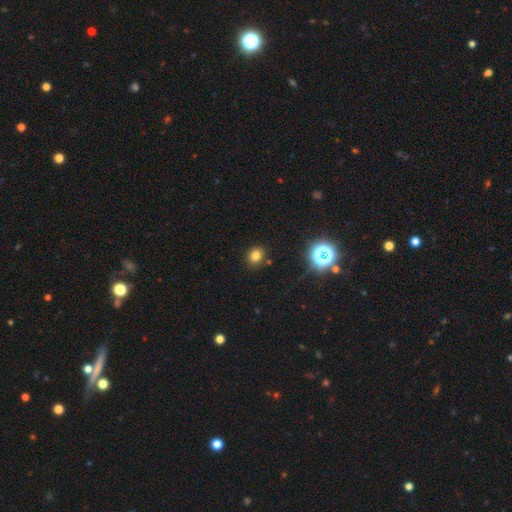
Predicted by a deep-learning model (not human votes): Smooth or featured? Predicted: smooth (p=0.76). How rounded? Predicted: round (p=0.76). Merging? Predicted: none (p=0.86).